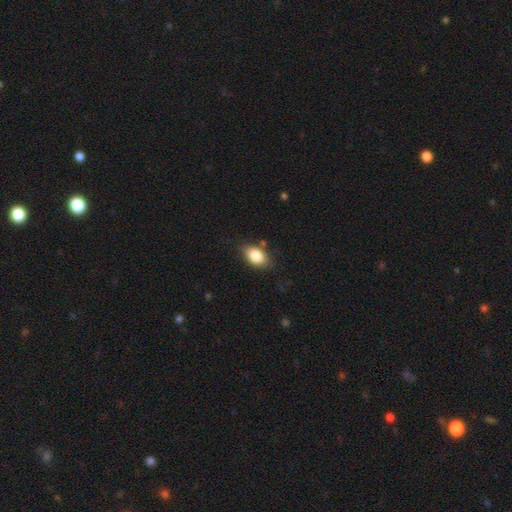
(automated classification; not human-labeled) Morphology: type=smooth (83%); roundness=in between (85%); merging=none (78%).